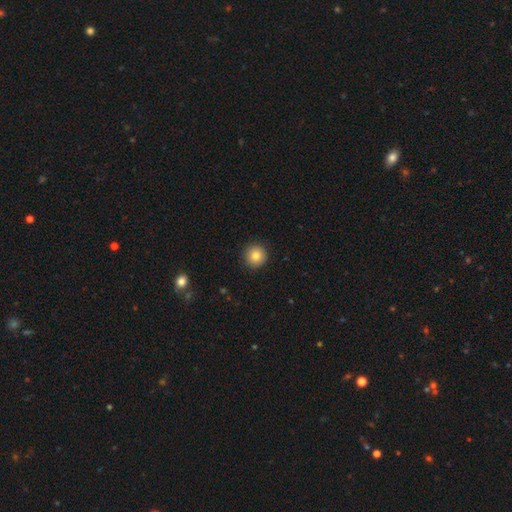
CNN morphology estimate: This appears to be a smooth galaxy with no disk features (83%) that is round (95%). Merging: none (92%).